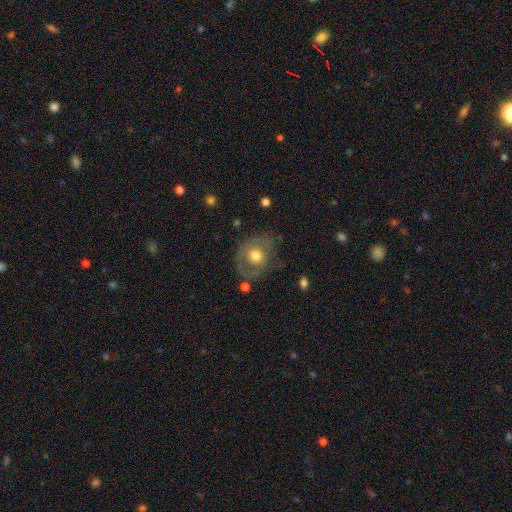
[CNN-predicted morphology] This is possibly a smooth galaxy (52%). How rounded: likely round (70%). Merging: likely none (68%).